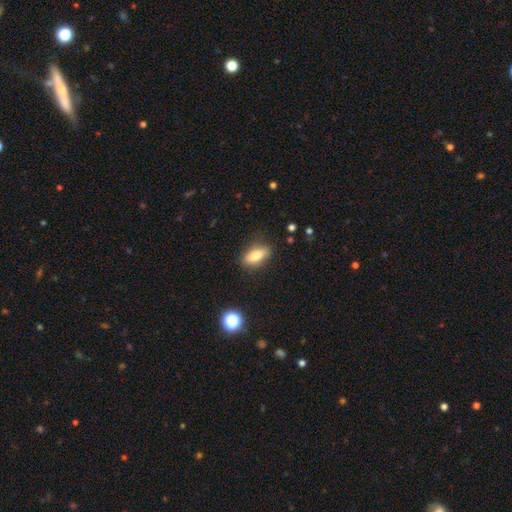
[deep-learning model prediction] Smooth or featured: smooth — 80% (featured or disk — 12%)
How rounded: in between — 78% (cigar-shaped — 18%)
Merging: none — 85% (minor disturbance — 11%)